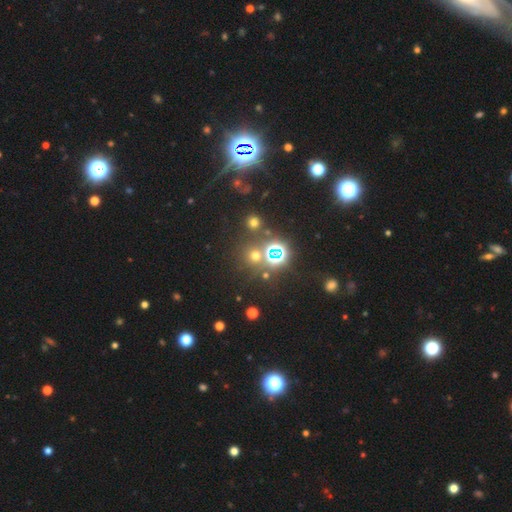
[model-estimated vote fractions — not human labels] A smooth galaxy with no disk features (48%). Merging: none (77%).